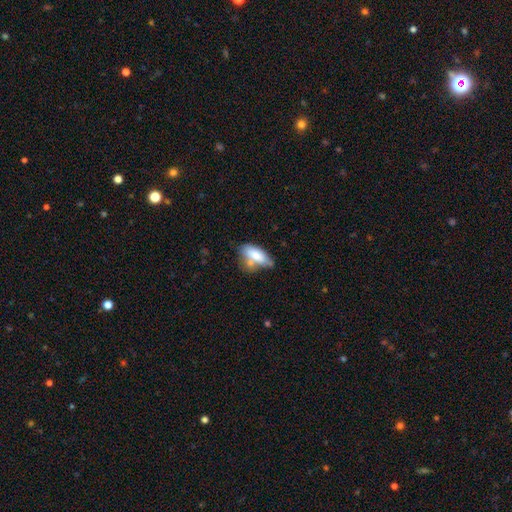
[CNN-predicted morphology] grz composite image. It shows a smooth galaxy with no disk features (75%) that is in between round and cigar-shaped (80%). Merging: none (40%).